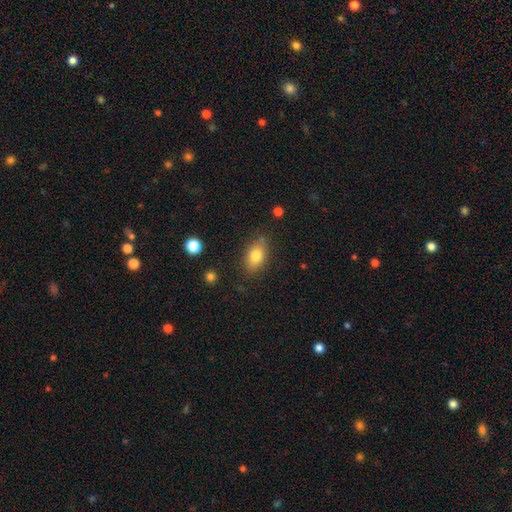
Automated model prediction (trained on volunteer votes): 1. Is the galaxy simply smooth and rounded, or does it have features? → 79% smooth, 12% featured or disk, 9% star or artifact.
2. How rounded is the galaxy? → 85% in between, 12% round, 3% cigar-shaped.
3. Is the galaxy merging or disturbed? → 78% none, 15% minor disturbance, 4% major disturbance, 3% merger.